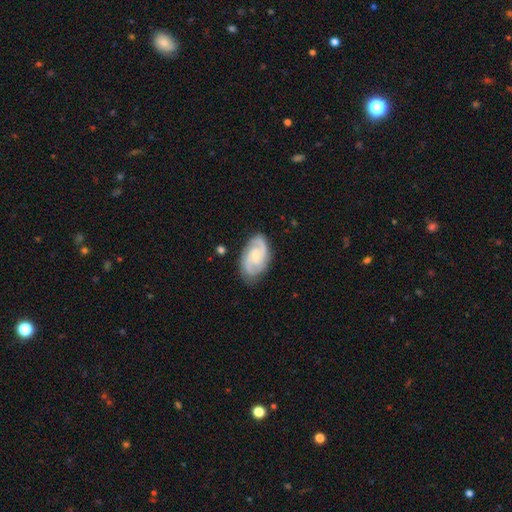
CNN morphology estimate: type=featured or disk (86%); edge-on=no (97%); bar=no (56%); spiral arms=yes (98%); winding=tight (53%); arm count=2 (81%); bulge=small (63%); merging=none (81%).